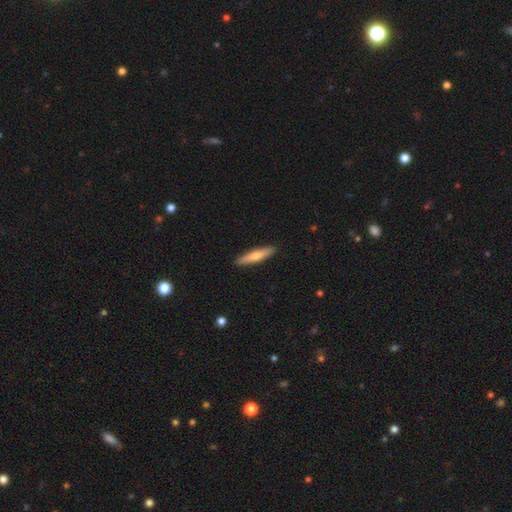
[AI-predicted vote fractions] Overall: smooth (61%; featured or disk 34%). How rounded: cigar-shaped (87%). Merging: none (91%).